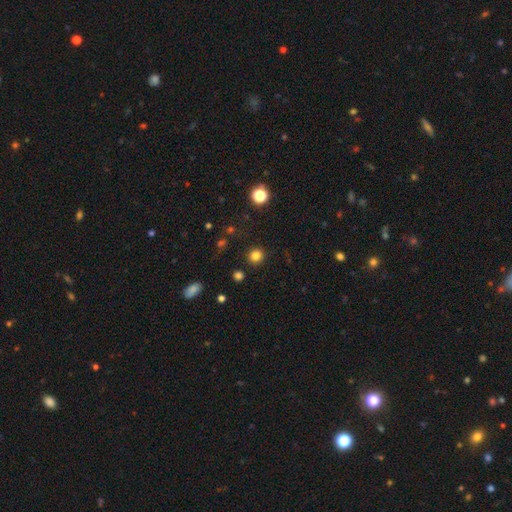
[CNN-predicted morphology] Smooth or featured: smooth — 82% (star or artifact — 14%)
How rounded: round — 90% (in between — 9%)
Merging: none — 90% (minor disturbance — 6%)